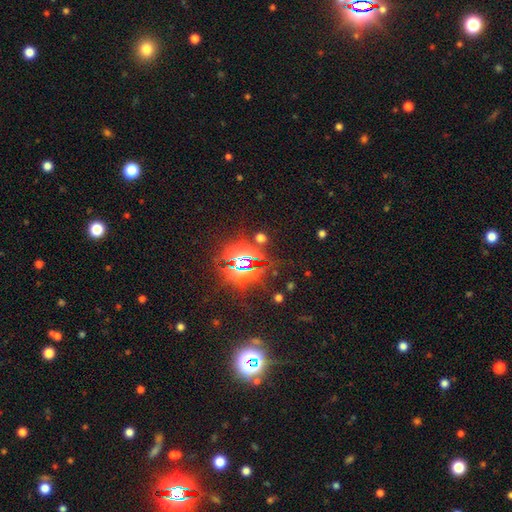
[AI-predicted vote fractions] This is clearly a star or artifact rather than a galaxy (84%).